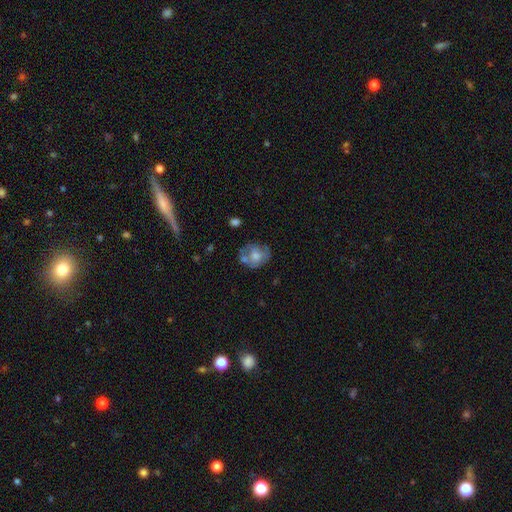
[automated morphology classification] Smooth or featured?
  - smooth: 54% *
  - featured or disk: 38%
  - star or artifact: 8%
How rounded?
  - round: 60% *
  - in between: 39%
  - cigar-shaped: 1%
Merging?
  - none: 46% *
  - minor disturbance: 25%
  - major disturbance: 14%
  - merger: 14%